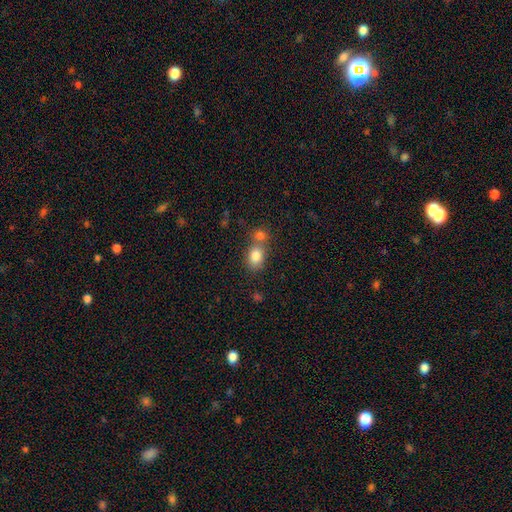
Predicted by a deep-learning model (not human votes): smooth-or-featured: smooth: 82% | star or artifact: 10% | featured or disk: 8%
  how-rounded: in between: 60% | round: 39% | cigar-shaped: 1%
  merging: none: 45% | merger: 42% | minor disturbance: 9% | major disturbance: 4%